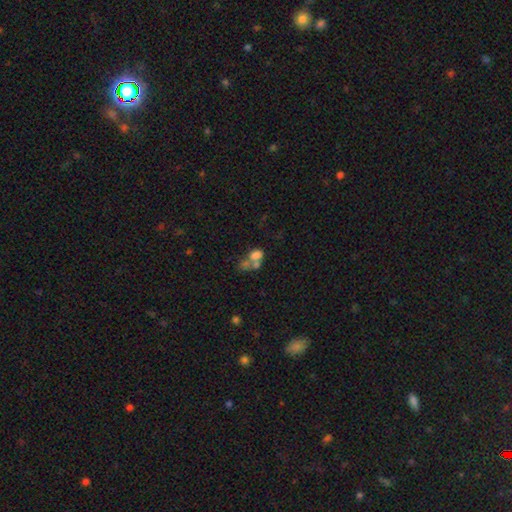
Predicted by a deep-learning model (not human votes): smooth 66%, featured or disk 20%, star or artifact 13%. Down the decision tree: how rounded — in between (59%); merging — merger (60%).